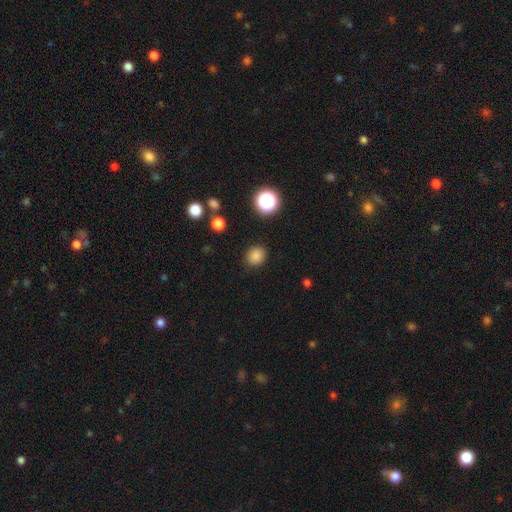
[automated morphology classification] Smooth or featured? smooth (83%)
How rounded? round (77%)
Merging? none (88%)